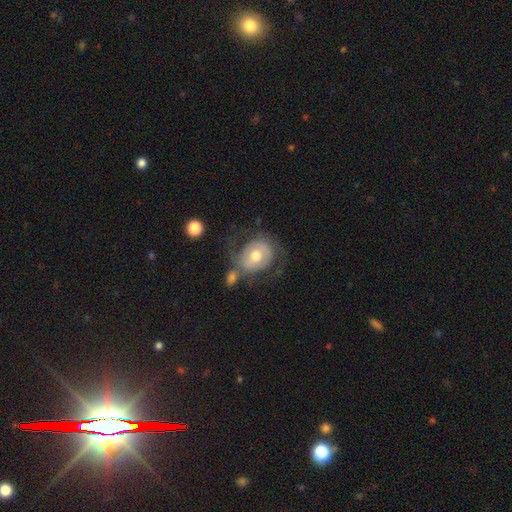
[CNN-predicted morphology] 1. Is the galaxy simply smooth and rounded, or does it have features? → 47% featured or disk, 46% smooth, 7% star or artifact.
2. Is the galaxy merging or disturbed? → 45% none, 21% minor disturbance, 20% major disturbance, 14% merger.